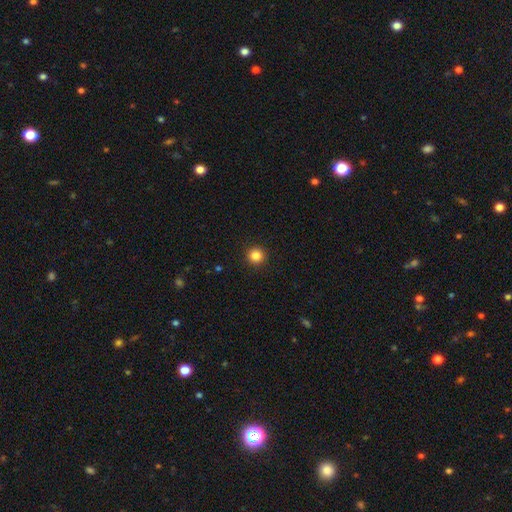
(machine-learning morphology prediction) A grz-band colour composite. It shows a smooth galaxy with no disk features (85%) that is round (96%). Merging: none (93%).